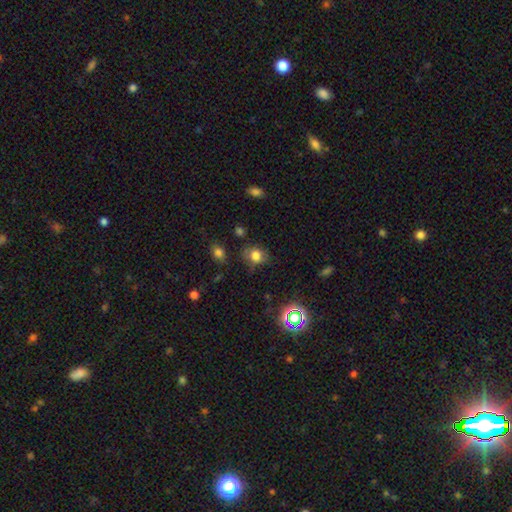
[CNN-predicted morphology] smooth_or_featured: smooth (p=0.74) [alt: star or artifact p=0.14]
how_rounded: round (p=0.50) [alt: in between p=0.48]
merging: none (p=0.67) [alt: minor disturbance p=0.23]